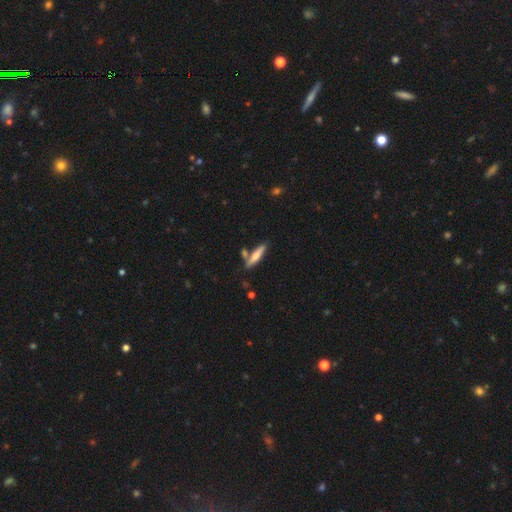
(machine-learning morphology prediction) This is possibly a smooth galaxy (59%). How rounded: clearly cigar-shaped (81%). Merging: likely none (74%).